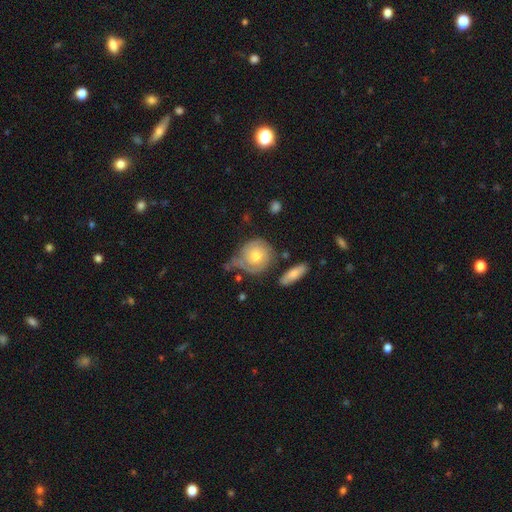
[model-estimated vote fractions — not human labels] Smooth or featured? Predicted: featured or disk (p=0.54). Edge-on disk? Predicted: no (p=0.96). Bar? Predicted: no (p=0.79). Spiral arms? Predicted: yes (p=0.80). Bulge size? Predicted: moderate (p=0.57). Merging? Predicted: none (p=0.46).